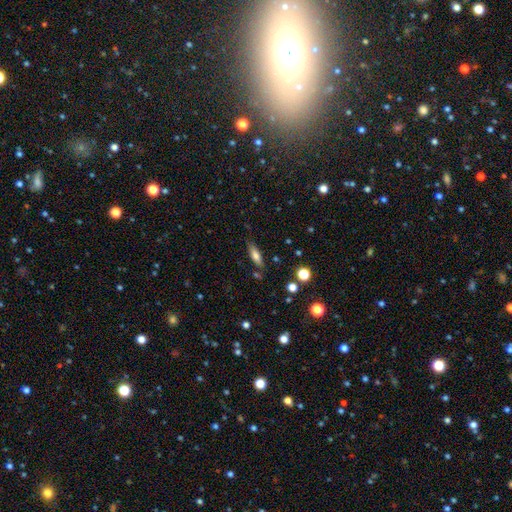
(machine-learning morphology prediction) smooth_or_featured: smooth (p=0.72) [alt: featured or disk p=0.19]
how_rounded: in between (p=0.54) [alt: cigar-shaped p=0.43]
merging: none (p=0.78) [alt: minor disturbance p=0.14]